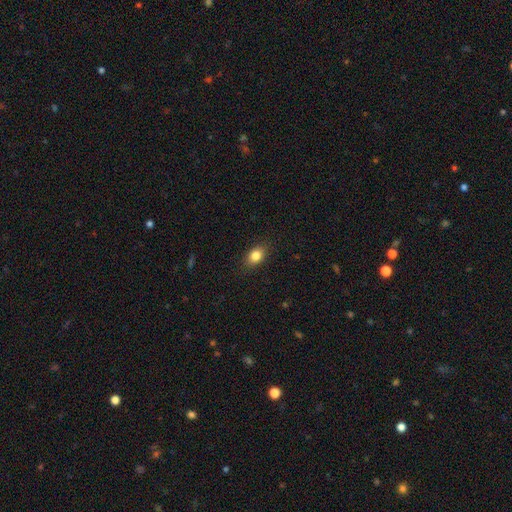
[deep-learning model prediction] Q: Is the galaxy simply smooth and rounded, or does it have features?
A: smooth — 83%.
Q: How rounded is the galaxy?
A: in between — 77%.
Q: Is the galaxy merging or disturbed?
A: none — 87%.